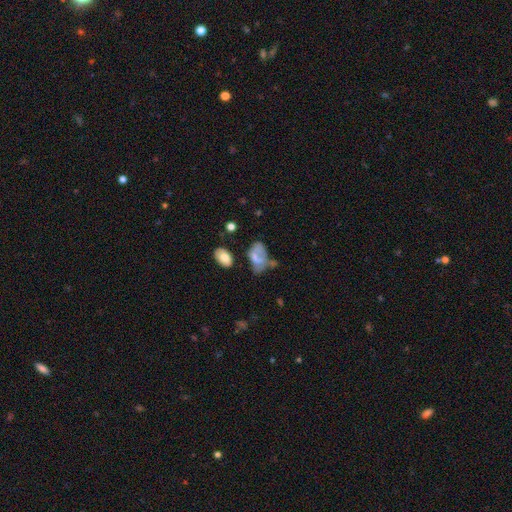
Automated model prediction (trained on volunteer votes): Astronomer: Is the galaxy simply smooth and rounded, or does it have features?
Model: smooth — 58%.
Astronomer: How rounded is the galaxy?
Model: in between — 89%.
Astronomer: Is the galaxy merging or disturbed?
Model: none — 30% (runner-up: minor disturbance, 28%).